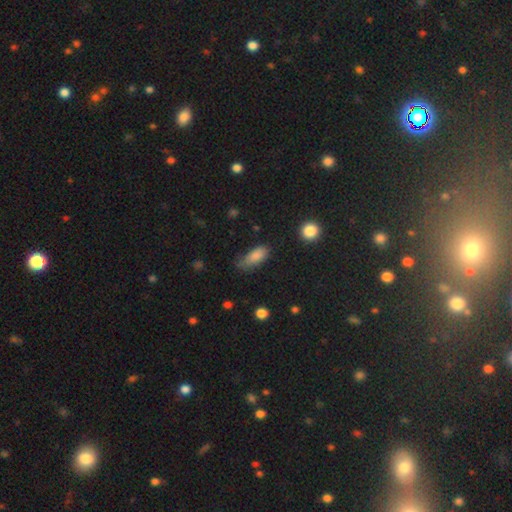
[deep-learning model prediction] Smooth or featured?
  - smooth: 83% *
  - featured or disk: 8%
  - star or artifact: 8%
How rounded?
  - in between: 82% *
  - cigar-shaped: 15%
  - round: 3%
Merging?
  - none: 48% *
  - minor disturbance: 37%
  - major disturbance: 13%
  - merger: 2%